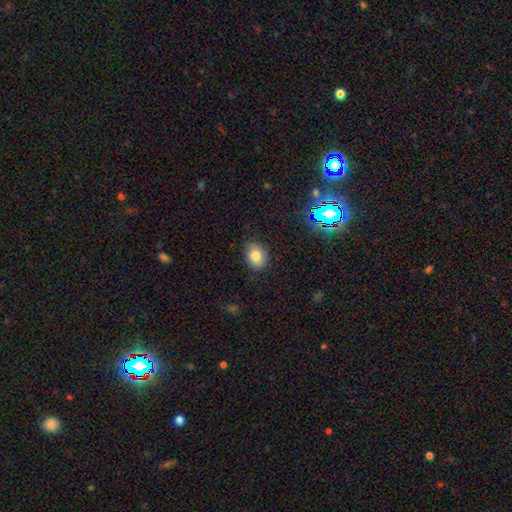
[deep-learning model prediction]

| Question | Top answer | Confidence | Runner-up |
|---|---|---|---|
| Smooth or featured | smooth | 81% | star or artifact (10%) |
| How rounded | in between | 60% | round (39%) |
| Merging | none | 82% | minor disturbance (14%) |